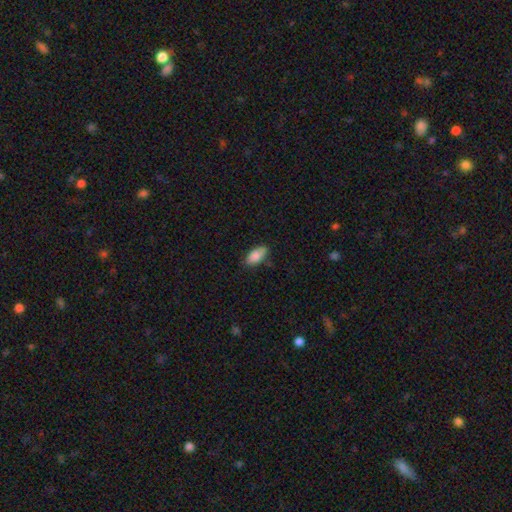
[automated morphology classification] smooth_or_featured: smooth (p=0.87) [alt: star or artifact p=0.07]
how_rounded: in between (p=0.91) [alt: cigar-shaped p=0.06]
merging: none (p=0.75) [alt: minor disturbance p=0.19]